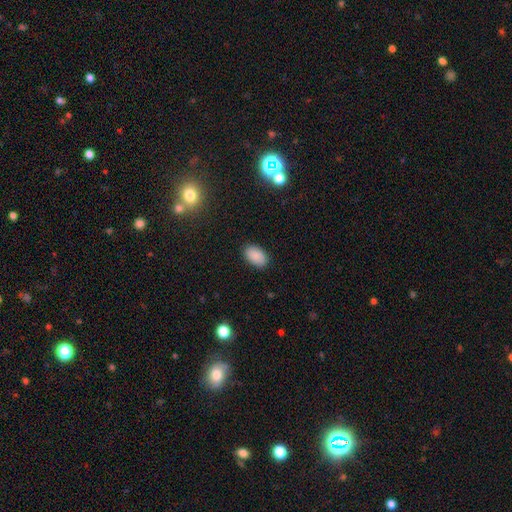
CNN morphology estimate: type=smooth (89%); roundness=in between (93%); merging=none (88%).